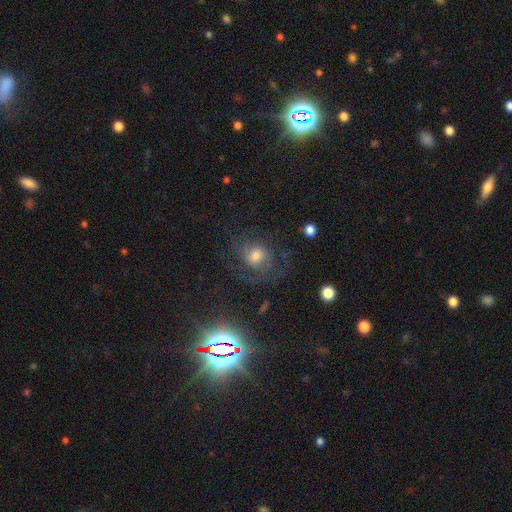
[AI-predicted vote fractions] featured or disk 49%, smooth 33%, star or artifact 18%. Down the decision tree: merging — none (62%).